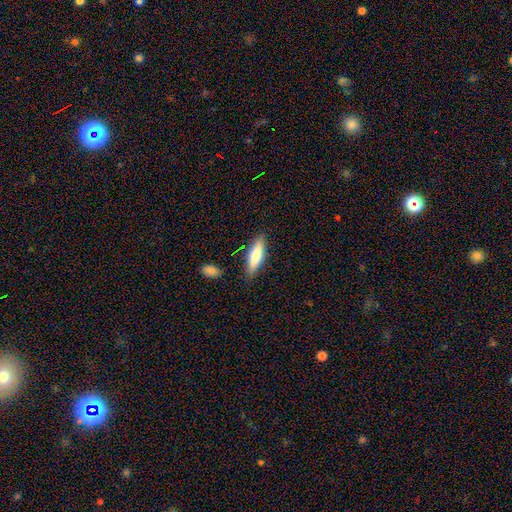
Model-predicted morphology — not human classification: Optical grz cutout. It shows a smooth galaxy with no disk features (76%) that is cigar-shaped (54%). Merging: none (83%).